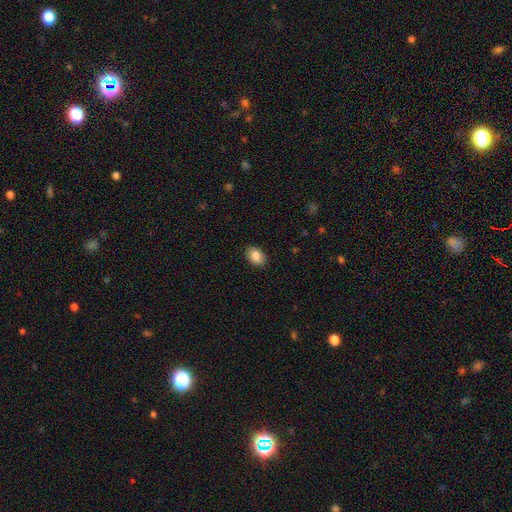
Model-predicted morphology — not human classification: The model was most divided on "how rounded": in between: 87%, round: 12%, cigar-shaped: 1%. More confident: merging — none (88%); smooth or featured — smooth (86%).